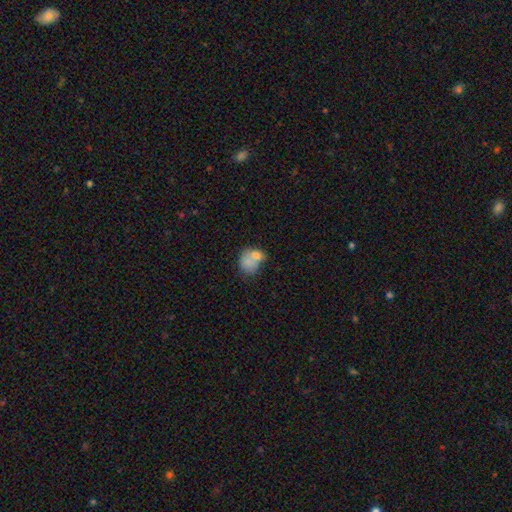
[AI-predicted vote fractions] Overall: smooth (73%). How rounded: round (50%; in between 48%). Merging: merger (50%; none 27%).